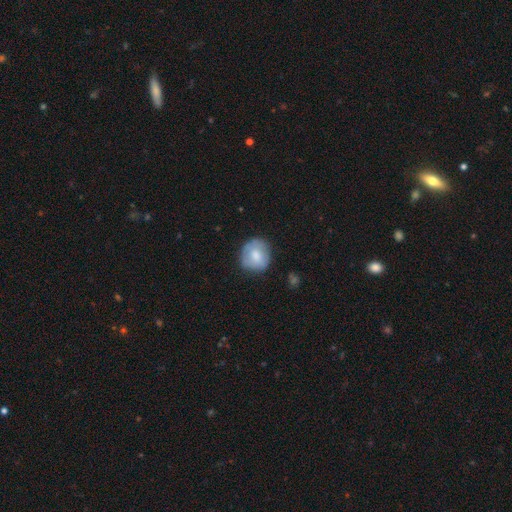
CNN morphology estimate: This appears to be a smooth galaxy with no disk features (73%) that is round (84%). Merging: none (73%).